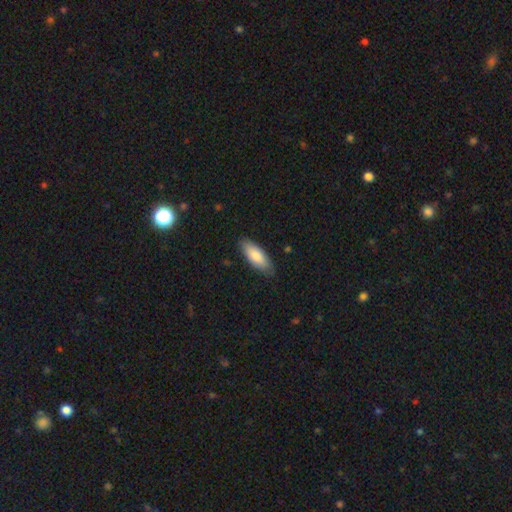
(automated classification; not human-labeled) smooth-or-featured: smooth: 82% | featured or disk: 12% | star or artifact: 5%
  how-rounded: in between: 76% | cigar-shaped: 22% | round: 2%
  merging: none: 83% | minor disturbance: 14% | major disturbance: 2% | merger: 1%